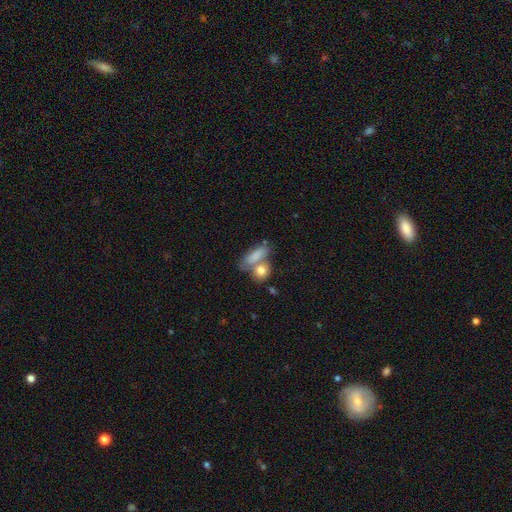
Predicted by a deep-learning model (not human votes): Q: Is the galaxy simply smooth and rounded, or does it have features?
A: smooth — 79%.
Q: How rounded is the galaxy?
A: in between — 67%.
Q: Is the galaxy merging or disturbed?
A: none — 39%, tied with merger.